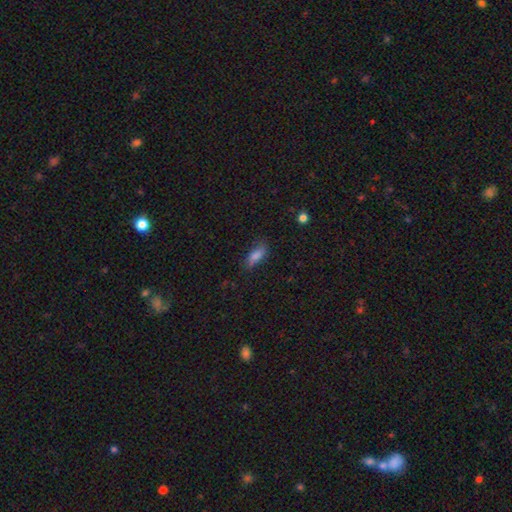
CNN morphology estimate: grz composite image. It shows a smooth galaxy with no disk features (81%) that is in between round and cigar-shaped (74%). Merging: none (69%).